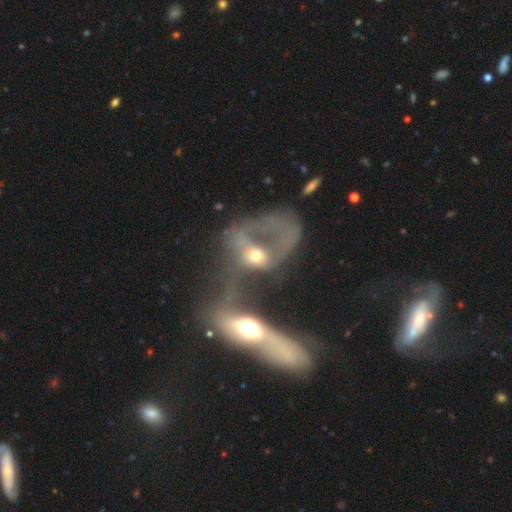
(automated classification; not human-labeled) Overall: featured or disk (58%; smooth 31%). Edge-on disk: no (92%). Bar: no (76%). Spiral arms: no (64%; yes 36%). Bulge size: moderate (59%). Merging: merger (56%; major disturbance 31%).